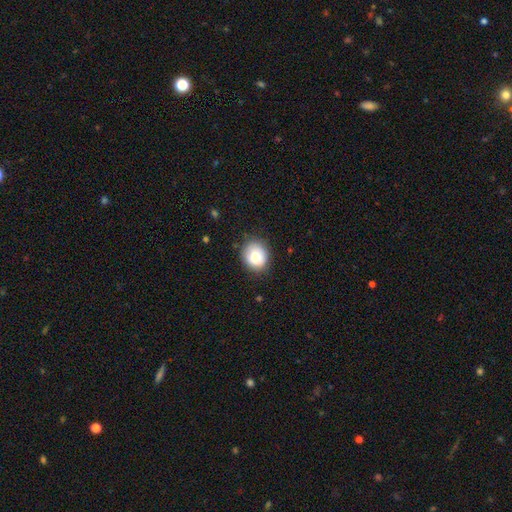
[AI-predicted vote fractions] Smooth or featured? smooth (80%)
How rounded? round (64%)
Merging? none (80%)